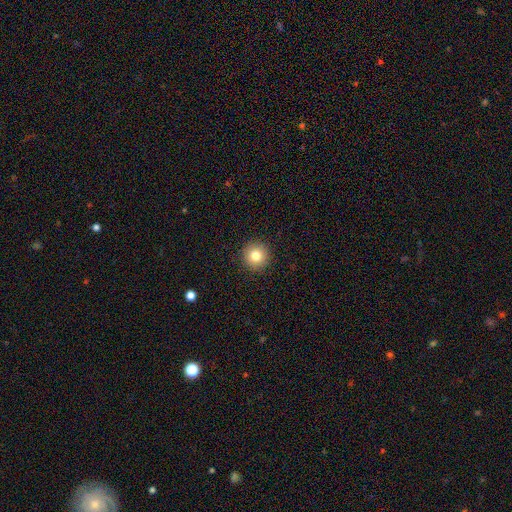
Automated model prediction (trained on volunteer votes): A smooth galaxy with no disk features (80%) that is round (96%).

Vote fractions:
- Smooth or featured? smooth: 80% / star or artifact: 11% / featured or disk: 8%
- How rounded? round: 96% / in between: 3% / cigar-shaped: 1%
- Merging? none: 93% / minor disturbance: 5% / major disturbance: 2% / merger: 1%